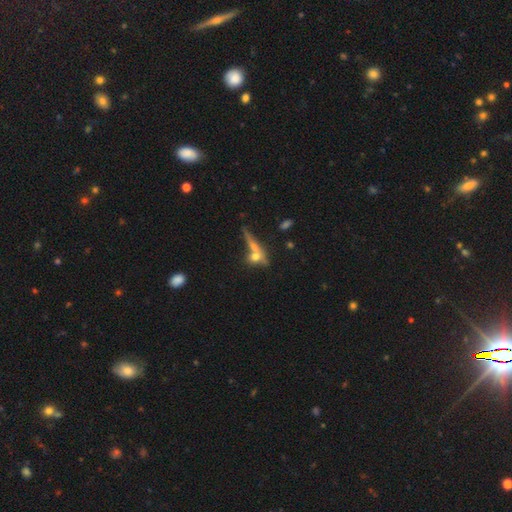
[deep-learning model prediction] Smooth or featured? Predicted: smooth (p=0.52). How rounded? Predicted: round (p=0.41). Merging? Predicted: none (p=0.43).